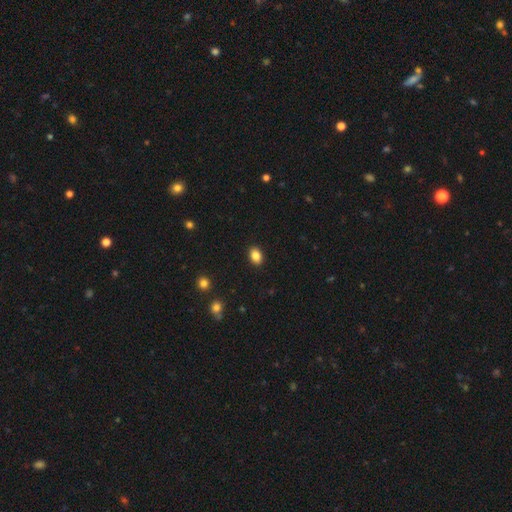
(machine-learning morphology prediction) The model was most divided on "how rounded": in between: 80%, round: 18%, cigar-shaped: 1%. More confident: merging — none (90%); smooth or featured — smooth (87%).